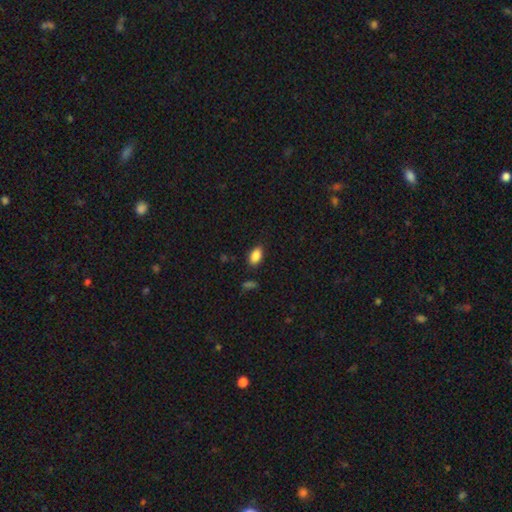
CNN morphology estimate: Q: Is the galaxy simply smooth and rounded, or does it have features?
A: smooth — 87%.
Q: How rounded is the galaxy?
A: in between — 90%.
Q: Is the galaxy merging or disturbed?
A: none — 85%.